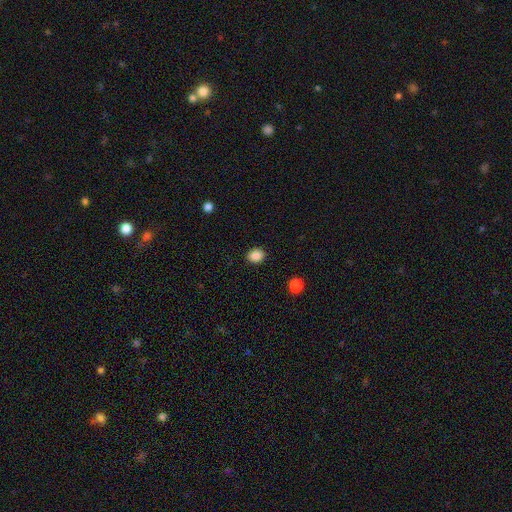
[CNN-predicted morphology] This appears to be a smooth galaxy with no disk features (87%) that is round (64%). Merging: none (91%).